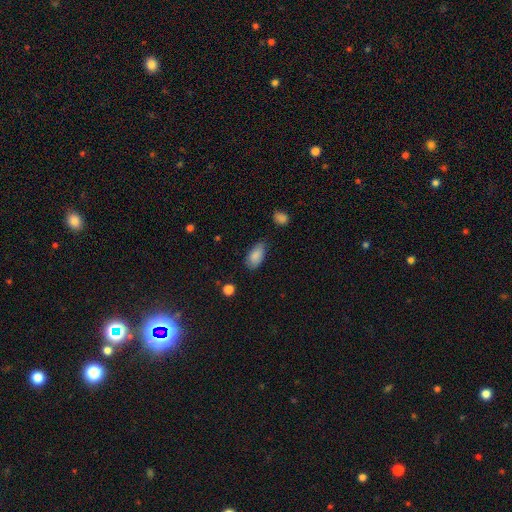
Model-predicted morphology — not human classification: smooth-or-featured: smooth: 87% | star or artifact: 7% | featured or disk: 6%
  how-rounded: in between: 93% | cigar-shaped: 4% | round: 3%
  merging: none: 73% | minor disturbance: 21% | major disturbance: 4% | merger: 2%